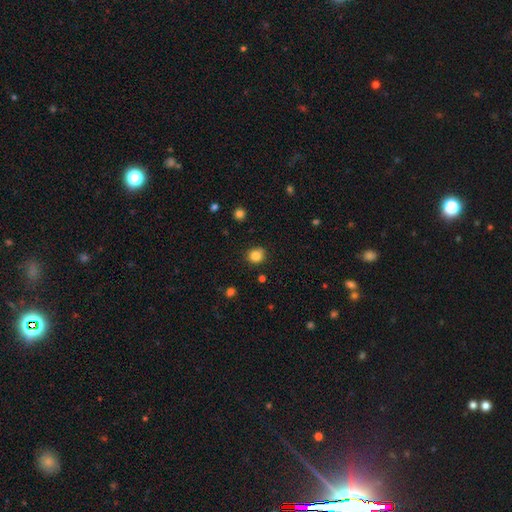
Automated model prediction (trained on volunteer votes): smooth-or-featured: smooth: 83% | star or artifact: 12% | featured or disk: 5%
  how-rounded: round: 86% | in between: 13% | cigar-shaped: 1%
  merging: none: 83% | minor disturbance: 12% | major disturbance: 2% | merger: 2%